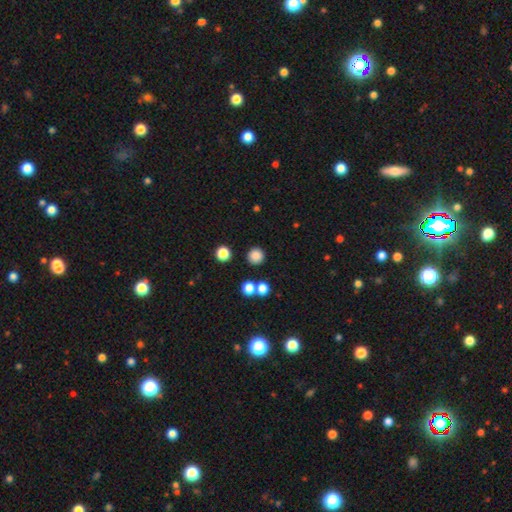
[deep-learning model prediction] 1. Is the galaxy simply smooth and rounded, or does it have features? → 83% smooth, 13% star or artifact, 4% featured or disk.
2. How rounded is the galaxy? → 94% round, 5% in between, 1% cigar-shaped.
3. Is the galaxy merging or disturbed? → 85% none, 6% minor disturbance, 6% merger, 3% major disturbance.